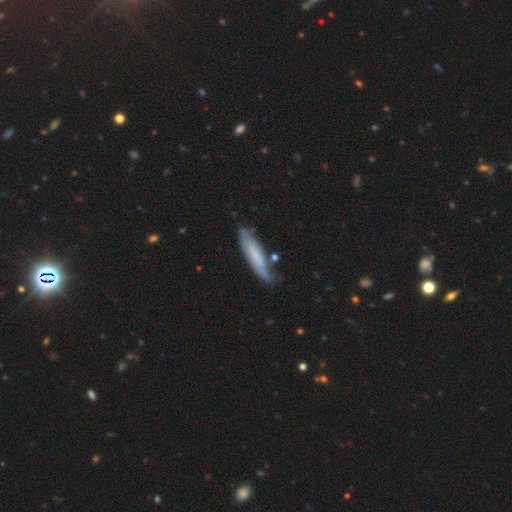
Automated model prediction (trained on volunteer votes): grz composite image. It shows a smooth galaxy with no disk features (58%) that is cigar-shaped (77%). Merging: none (62%).